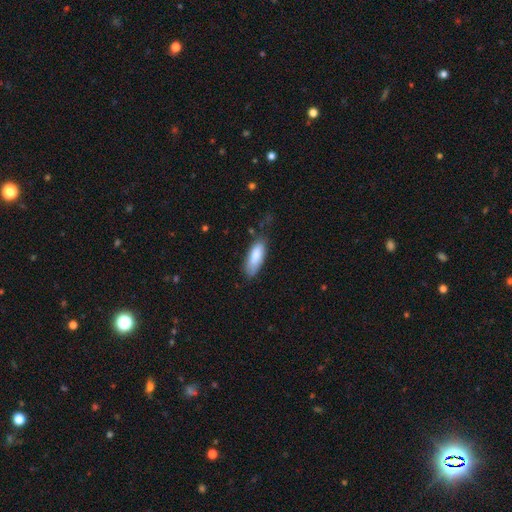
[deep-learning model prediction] The model was most divided on "merging": none: 66%, minor disturbance: 25%, major disturbance: 7%, merger: 2%. More confident: smooth or featured — smooth (84%); how rounded — in between (71%).